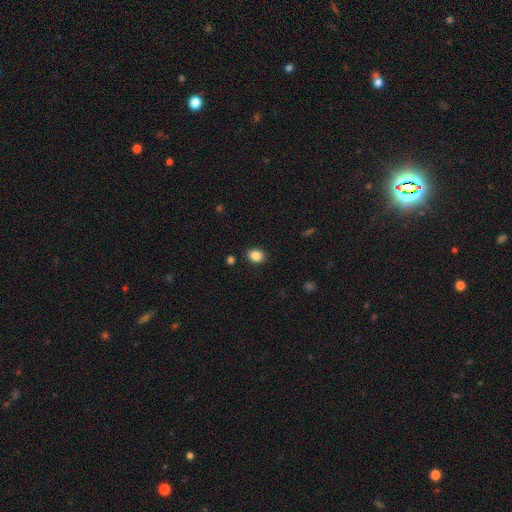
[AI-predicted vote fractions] smooth-or-featured: smooth: 86% | star or artifact: 9% | featured or disk: 4%
  how-rounded: in between: 56% | round: 43% | cigar-shaped: 1%
  merging: none: 88% | minor disturbance: 8% | major disturbance: 2% | merger: 2%